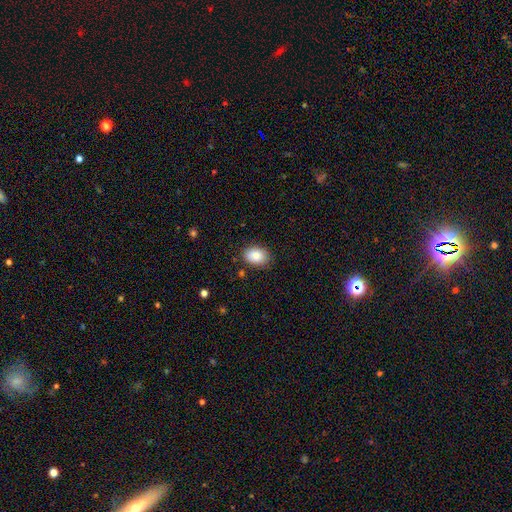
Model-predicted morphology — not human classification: smooth-or-featured: smooth: 85% | star or artifact: 8% | featured or disk: 8%
  how-rounded: in between: 79% | round: 20% | cigar-shaped: 1%
  merging: none: 85% | minor disturbance: 11% | major disturbance: 2% | merger: 1%